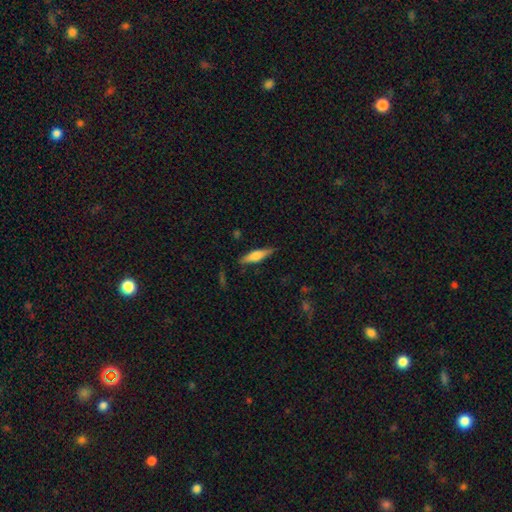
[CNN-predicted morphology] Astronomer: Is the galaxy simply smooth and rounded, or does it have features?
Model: smooth — 55% (runner-up: featured or disk, 39%).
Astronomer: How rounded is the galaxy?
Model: cigar-shaped — 71%.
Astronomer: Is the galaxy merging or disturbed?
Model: none — 86%.